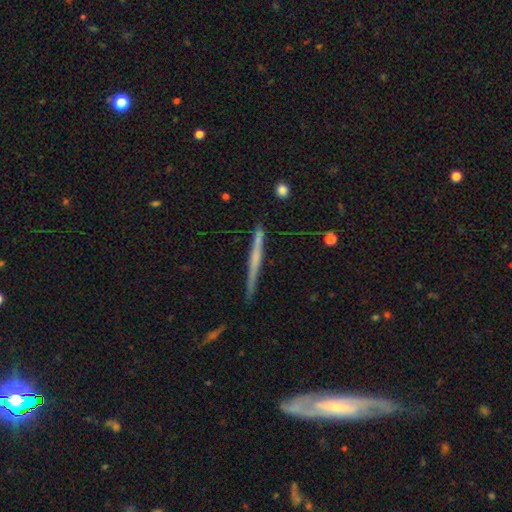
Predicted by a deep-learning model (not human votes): featured or disk 55%, smooth 39%, star or artifact 7%. Down the decision tree: edge-on disk — yes (97%); edge-on bulge — none (75%); merging — none (87%).